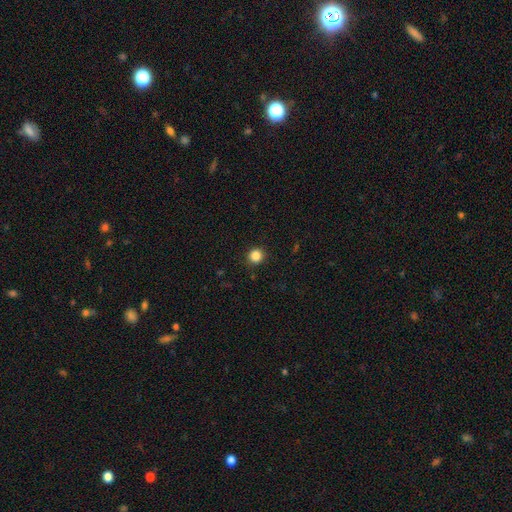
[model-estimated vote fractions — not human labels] Morphology: type=smooth (85%); roundness=round (92%); merging=none (91%).